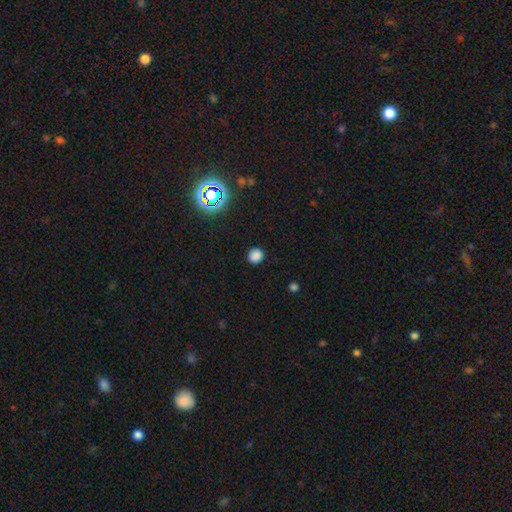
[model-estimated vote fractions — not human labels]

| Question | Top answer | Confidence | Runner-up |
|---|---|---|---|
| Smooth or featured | smooth | 80% | star or artifact (16%) |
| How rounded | round | 84% | in between (15%) |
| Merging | none | 88% | minor disturbance (9%) |